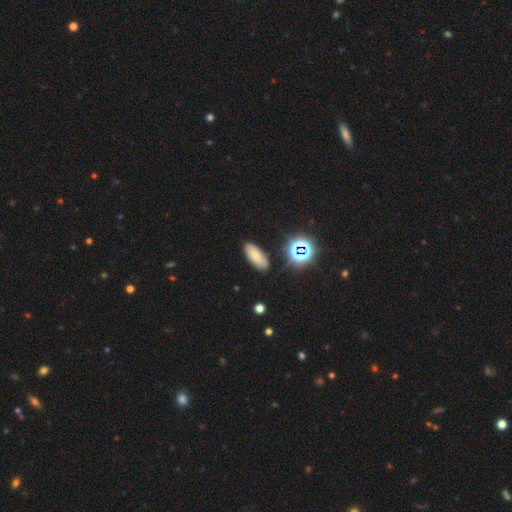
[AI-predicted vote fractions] A smooth galaxy with no disk features (71%) that is in between round and cigar-shaped (79%).

Vote fractions:
- Smooth or featured? smooth: 71% / star or artifact: 15% / featured or disk: 14%
- How rounded? in between: 79% / cigar-shaped: 17% / round: 4%
- Merging? none: 85% / minor disturbance: 10% / major disturbance: 3% / merger: 2%